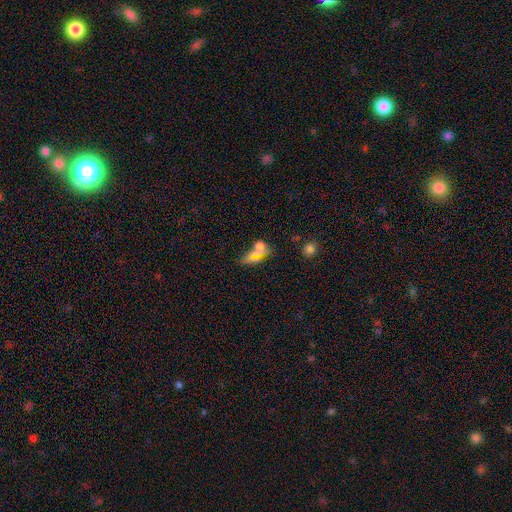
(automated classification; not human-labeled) smooth 56%, star or artifact 28%, featured or disk 16%. Down the decision tree: how rounded — in between (59%); merging — none (52%).